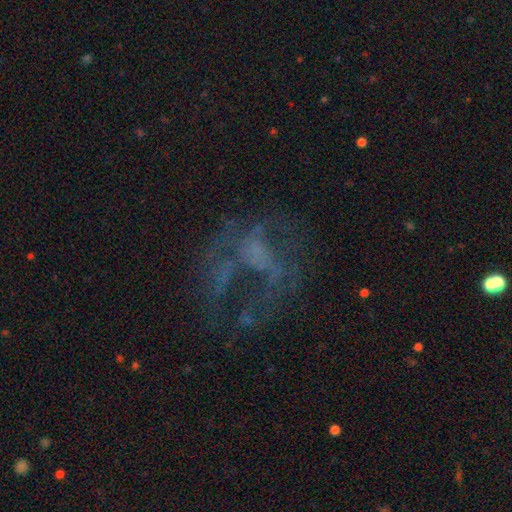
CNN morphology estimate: type=featured or disk (58%); edge-on=no (97%); bar=no (77%); spiral arms=no (70%); bulge=none (68%); merging=major disturbance (42%).